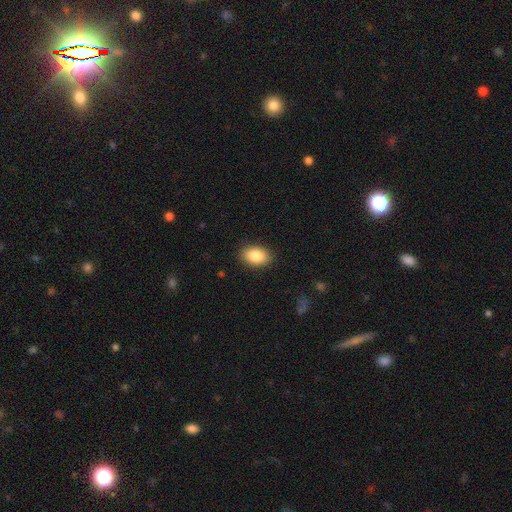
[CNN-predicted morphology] smooth-or-featured: smooth: 87% | star or artifact: 7% | featured or disk: 6%
  how-rounded: in between: 88% | round: 10% | cigar-shaped: 1%
  merging: none: 89% | minor disturbance: 8% | major disturbance: 2% | merger: 1%